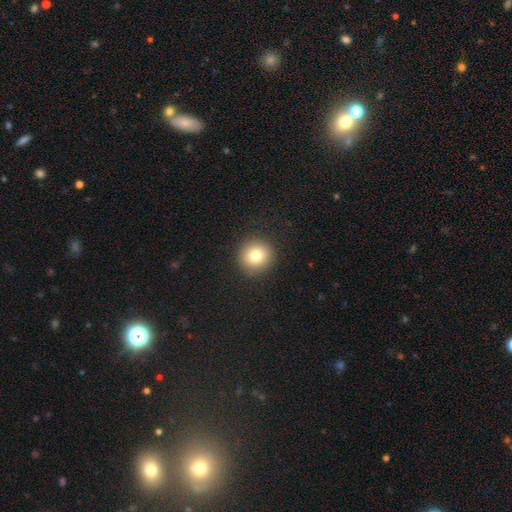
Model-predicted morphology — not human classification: Smooth or featured? Predicted: smooth (p=0.80). How rounded? Predicted: round (p=0.92). Merging? Predicted: none (p=0.91).